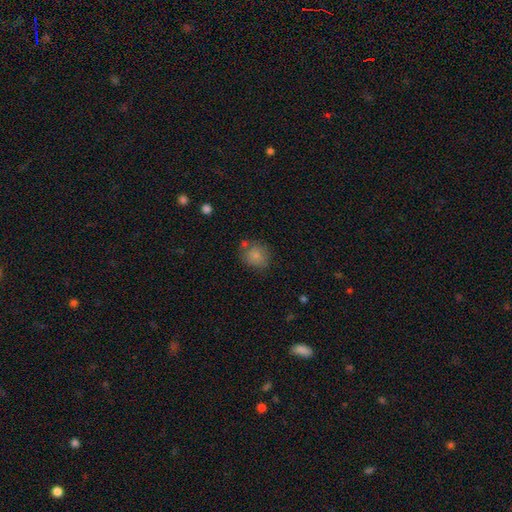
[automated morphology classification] A smooth galaxy with no disk features (81%) that is round (77%).

Vote fractions:
- Smooth or featured? smooth: 81% / featured or disk: 10% / star or artifact: 9%
- How rounded? round: 77% / in between: 22% / cigar-shaped: 1%
- Merging? none: 66% / minor disturbance: 19% / merger: 10% / major disturbance: 6%